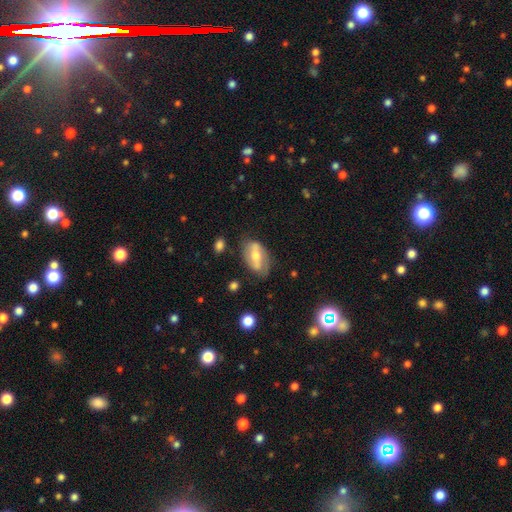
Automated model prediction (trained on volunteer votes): Smooth or featured? Predicted: featured or disk (p=0.61). Edge-on disk? Predicted: no (p=0.91). Bar? Predicted: strong (p=0.47). Spiral arms? Predicted: yes (p=0.71). Bulge size? Predicted: moderate (p=0.58). Merging? Predicted: none (p=0.68).